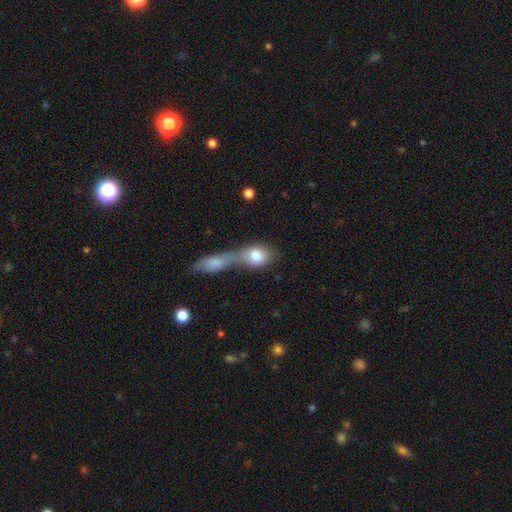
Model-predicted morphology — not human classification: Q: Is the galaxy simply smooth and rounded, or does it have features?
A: smooth — 80%.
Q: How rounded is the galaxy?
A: in between — 65%.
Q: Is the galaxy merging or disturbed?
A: merger — 65%.